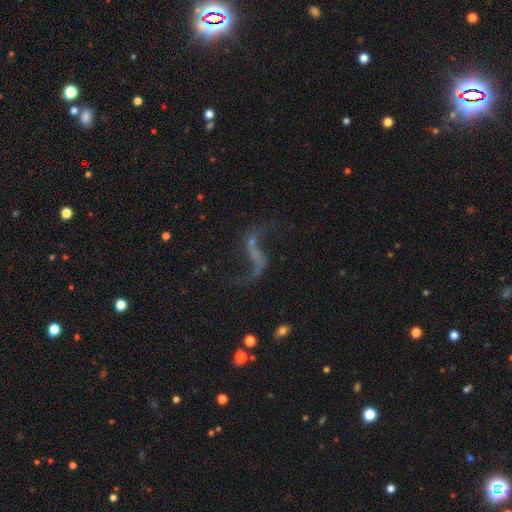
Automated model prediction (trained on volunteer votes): Overall: featured or disk (81%). Edge-on disk: no (96%). Bar: no (36%, tied with weak). Spiral arms: yes (91%). Spiral arm count: 2 (90%). Spiral winding: loose (93%). Bulge size: none (63%; small 27%). Merging: none (65%).